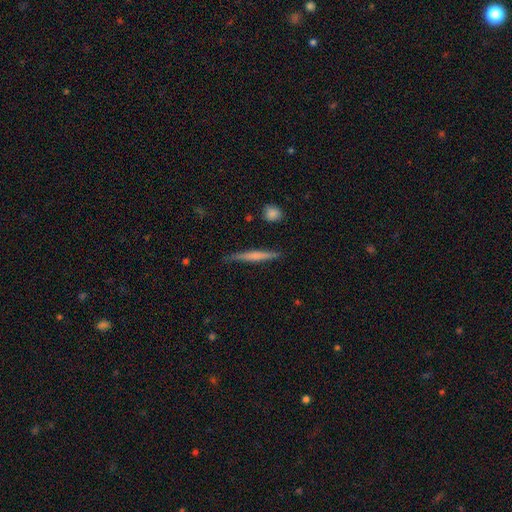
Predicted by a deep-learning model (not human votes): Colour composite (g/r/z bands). It shows a smooth galaxy with no disk features (51%) that is cigar-shaped (94%). Merging: none (84%).